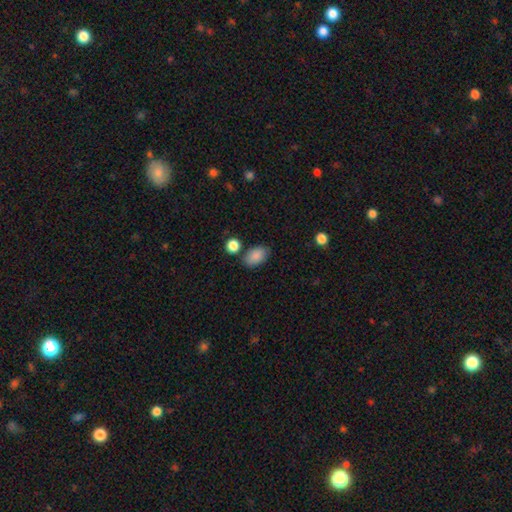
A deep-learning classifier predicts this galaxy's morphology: A smooth galaxy with no disk features (88%) that is in between round and cigar-shaped (90%).

Vote fractions:
- Smooth or featured? smooth: 88% / star or artifact: 8% / featured or disk: 5%
- How rounded? in between: 90% / round: 9% / cigar-shaped: 1%
- Merging? none: 75% / minor disturbance: 14% / merger: 7% / major disturbance: 4%